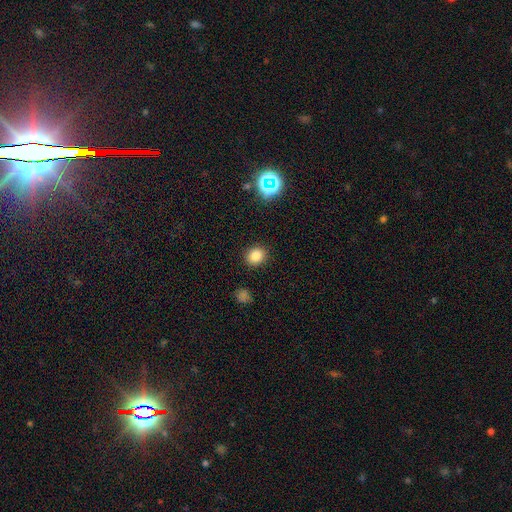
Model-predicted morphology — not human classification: Q: Smooth or featured?
A: smooth (81%); runner-up: star or artifact (13%)
Q: How rounded?
A: round (77%); runner-up: in between (22%)
Q: Merging?
A: none (90%); runner-up: minor disturbance (6%)